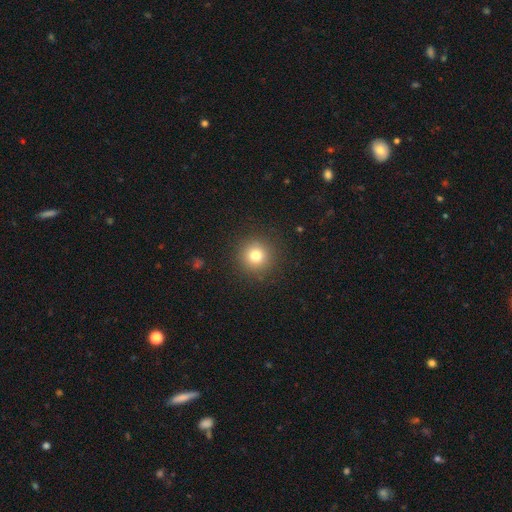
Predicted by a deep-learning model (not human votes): Overall: smooth (77%). How rounded: round (95%). Merging: none (91%).